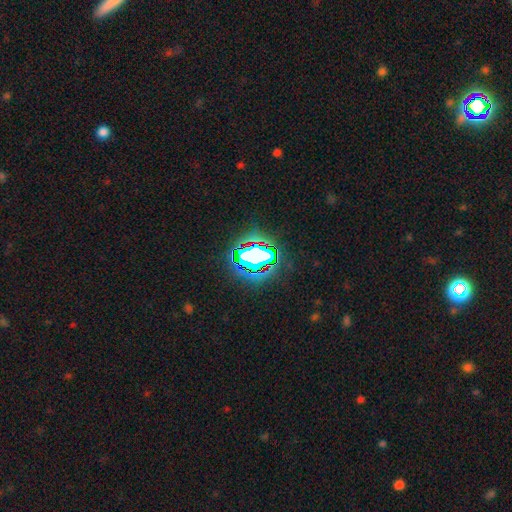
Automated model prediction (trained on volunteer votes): smooth-or-featured: star or artifact: 62% | smooth: 23% | featured or disk: 15%